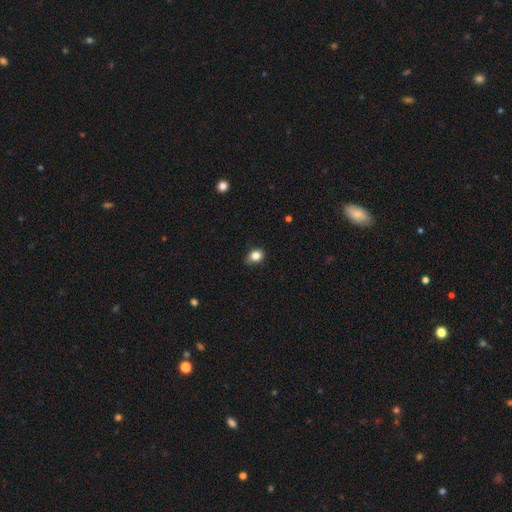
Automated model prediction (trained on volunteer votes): Morphology: type=smooth (82%); roundness=round (50%); merging=none (70%).